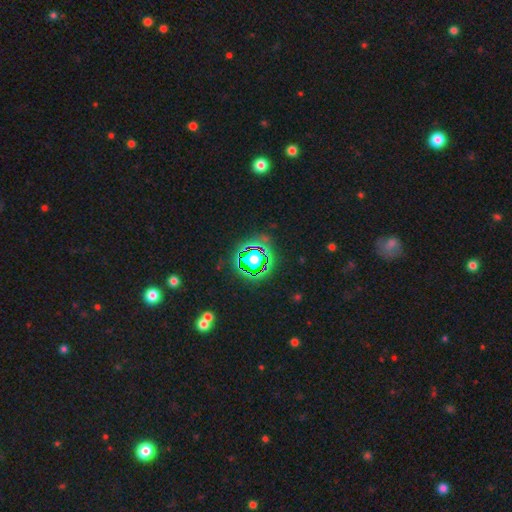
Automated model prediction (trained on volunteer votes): This appears to be a star or artifact, not a galaxy (81%).